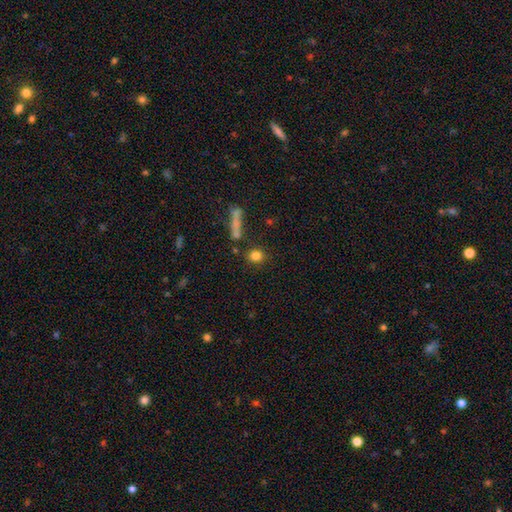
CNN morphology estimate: The model was most divided on "how rounded": round: 78%, in between: 19%, cigar-shaped: 4%. More confident: smooth or featured — smooth (81%); merging — none (79%).